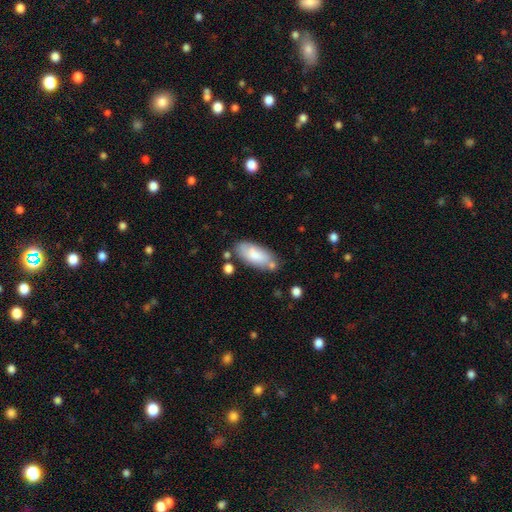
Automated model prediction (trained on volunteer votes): This is likely a smooth galaxy (80%). How rounded: clearly in between (85%). Merging: likely none (68%).